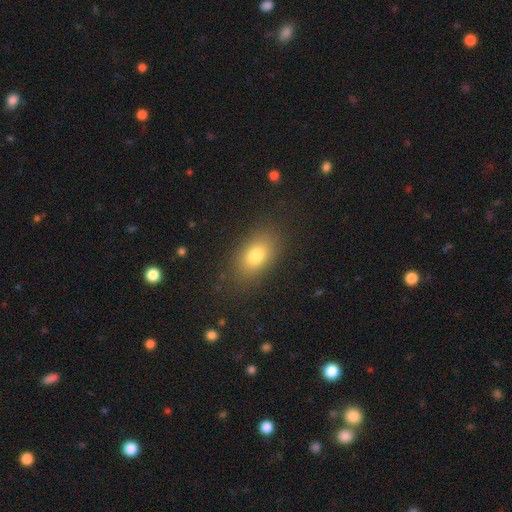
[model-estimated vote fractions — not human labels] smooth 79%, featured or disk 11%, star or artifact 10%. Down the decision tree: how rounded — in between (86%); merging — none (84%).